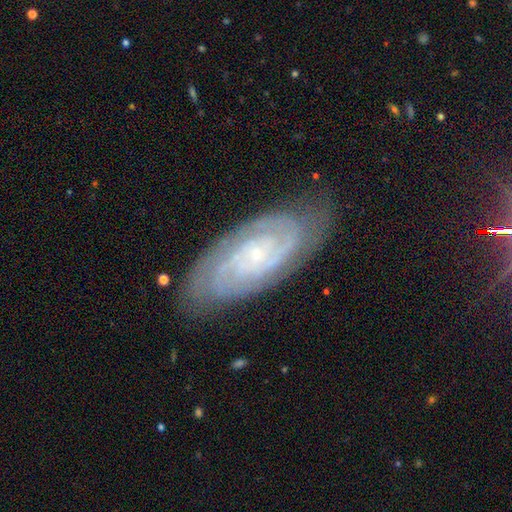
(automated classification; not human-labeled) smooth_or_featured: featured or disk (p=0.87) [alt: smooth p=0.07]
disk_edge_on: no (p=0.95) [alt: yes p=0.05]
bar: no (p=0.74) [alt: weak p=0.21]
has_spiral_arms: yes (p=0.97) [alt: no p=0.03]
spiral_winding: tight (p=0.73) [alt: medium p=0.24]
spiral_arm_count: 2 (p=0.34) [alt: 3 p=0.22]
bulge_size: small (p=0.86) [alt: moderate p=0.09]
merging: none (p=0.80) [alt: minor disturbance p=0.15]